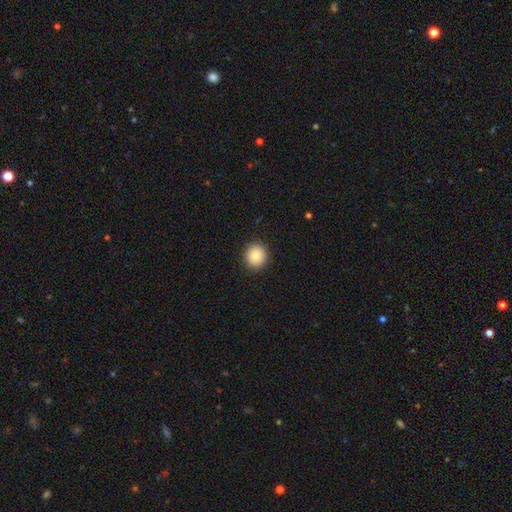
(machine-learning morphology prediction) Smooth or featured: smooth — 85% (star or artifact — 9%)
How rounded: round — 90% (in between — 9%)
Merging: none — 92% (minor disturbance — 6%)